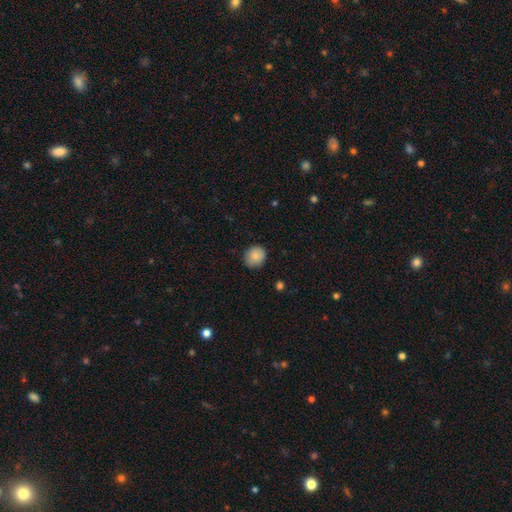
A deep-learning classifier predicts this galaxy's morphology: A smooth galaxy with no disk features (85%) that is round (74%). Merging: none (82%).